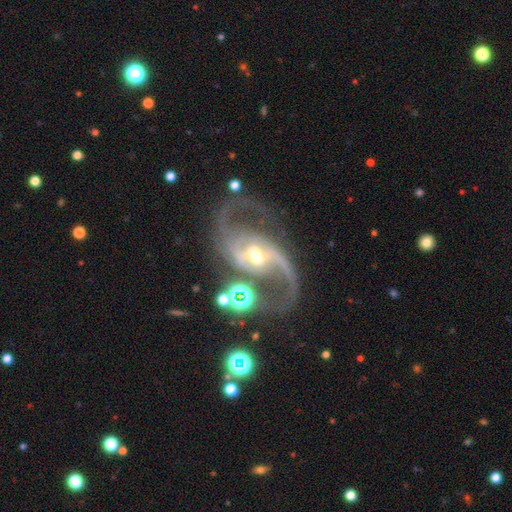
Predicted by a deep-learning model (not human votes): A featured or disk galaxy (90%) with a weak bar (45%), 2 (88%) medium (51%) spiral arms (97%) and a moderate central bulge (63%). Merging: none (60%).